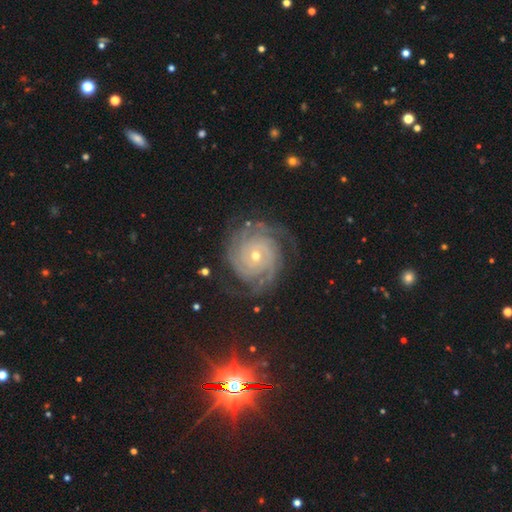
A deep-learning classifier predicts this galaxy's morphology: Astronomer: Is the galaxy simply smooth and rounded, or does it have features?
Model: featured or disk — 89%.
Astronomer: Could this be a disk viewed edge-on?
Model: no — 98%.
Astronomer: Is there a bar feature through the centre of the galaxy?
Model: no — 74%.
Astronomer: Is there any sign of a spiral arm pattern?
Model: yes — 98%.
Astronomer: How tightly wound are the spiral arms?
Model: tight — 82%.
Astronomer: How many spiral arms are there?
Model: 3 — 22% (runner-up: can't tell, 21%).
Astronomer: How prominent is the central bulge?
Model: small — 61% (runner-up: moderate, 36%).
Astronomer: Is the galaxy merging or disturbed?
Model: none — 76%.